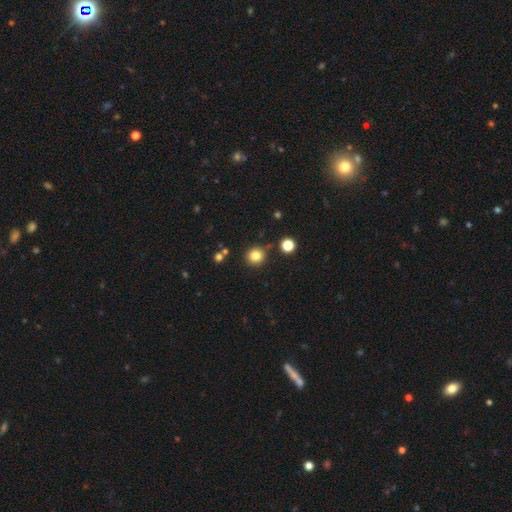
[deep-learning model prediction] smooth_or_featured: smooth (p=0.82) [alt: star or artifact p=0.12]
how_rounded: round (p=0.92) [alt: in between p=0.07]
merging: none (p=0.84) [alt: minor disturbance p=0.09]